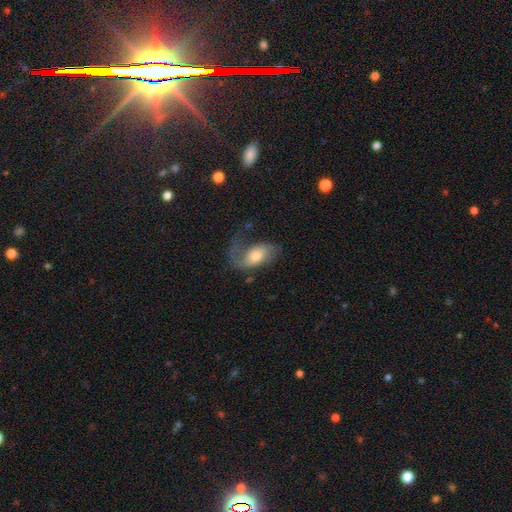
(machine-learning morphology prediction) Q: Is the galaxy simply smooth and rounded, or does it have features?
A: featured or disk — 59%.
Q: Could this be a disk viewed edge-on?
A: no — 95%.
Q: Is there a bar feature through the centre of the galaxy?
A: no — 62%.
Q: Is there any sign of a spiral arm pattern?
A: yes — 85%.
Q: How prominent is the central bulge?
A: moderate — 56%.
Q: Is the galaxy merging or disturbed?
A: major disturbance — 39%.